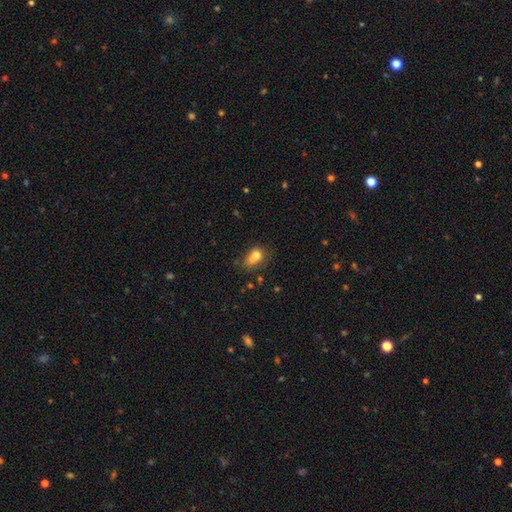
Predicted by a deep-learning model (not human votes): A smooth galaxy with no disk features (73%) that is in between round and cigar-shaped (61%). Merging: none (36%).